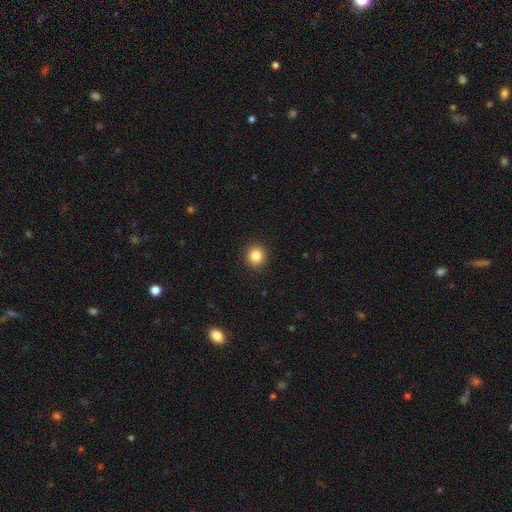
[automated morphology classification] Smooth or featured?
  - smooth: 85% *
  - star or artifact: 10%
  - featured or disk: 5%
How rounded?
  - round: 90% *
  - in between: 10%
  - cigar-shaped: 1%
Merging?
  - none: 91% *
  - minor disturbance: 6%
  - major disturbance: 2%
  - merger: 1%